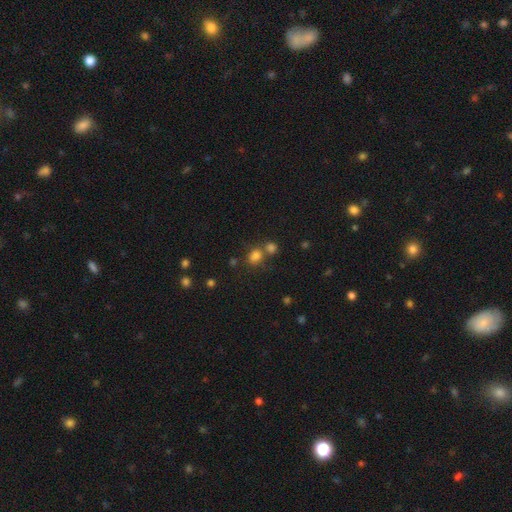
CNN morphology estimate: Smooth or featured?
  - smooth: 77% *
  - star or artifact: 16%
  - featured or disk: 7%
How rounded?
  - round: 64% *
  - in between: 34%
  - cigar-shaped: 1%
Merging?
  - none: 53% *
  - merger: 32%
  - minor disturbance: 10%
  - major disturbance: 4%